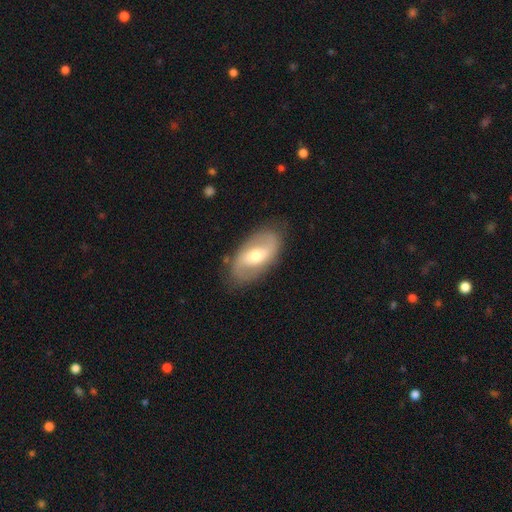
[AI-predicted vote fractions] smooth_or_featured: featured or disk (p=0.69) [alt: smooth p=0.26]
disk_edge_on: no (p=0.94) [alt: yes p=0.06]
bar: weak (p=0.42) [alt: no p=0.33]
has_spiral_arms: yes (p=0.81) [alt: no p=0.19]
spiral_winding: loose (p=0.43) [alt: medium p=0.39]
spiral_arm_count: 2 (p=0.87) [alt: can't tell p=0.07]
bulge_size: moderate (p=0.66) [alt: small p=0.24]
merging: none (p=0.80) [alt: minor disturbance p=0.14]